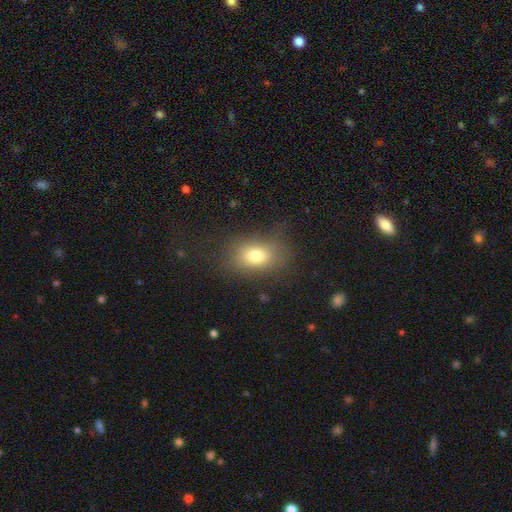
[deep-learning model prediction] This appears to be a smooth galaxy with no disk features (76%) that is in between round and cigar-shaped (76%). Merging: none (75%).